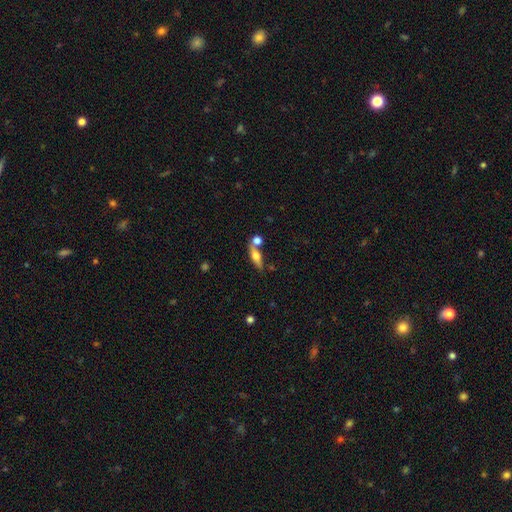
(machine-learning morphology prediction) Smooth or featured? smooth (49%)
Merging? none (57%)